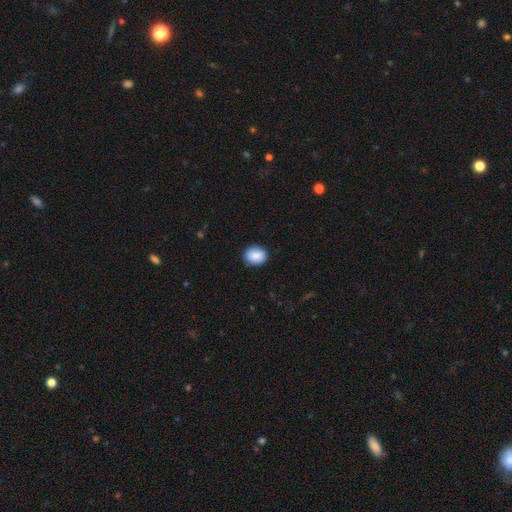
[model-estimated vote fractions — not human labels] Overall: smooth (88%). How rounded: round (58%; in between 41%). Merging: none (88%).